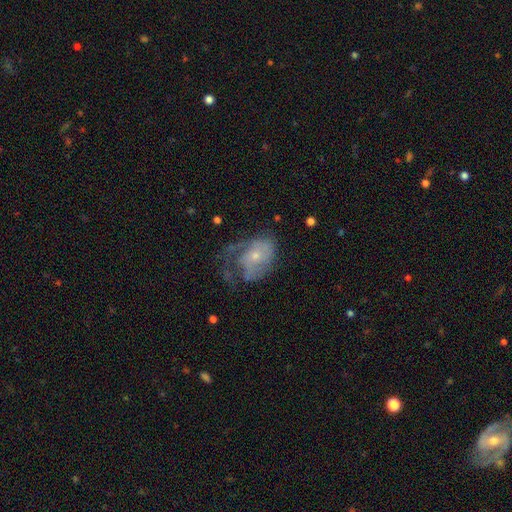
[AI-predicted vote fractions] Smooth or featured?
  - featured or disk: 66% *
  - smooth: 26%
  - star or artifact: 8%
Edge-on disk?
  - no: 96% *
  - yes: 4%
Bar?
  - no: 76% *
  - weak: 20%
  - strong: 3%
Spiral arms?
  - yes: 71% *
  - no: 29%
Bulge size?
  - small: 63% *
  - moderate: 31%
  - none: 3%
  - large: 2%
  - dominant: 1%
Merging?
  - major disturbance: 44% *
  - none: 29%
  - minor disturbance: 25%
  - merger: 2%